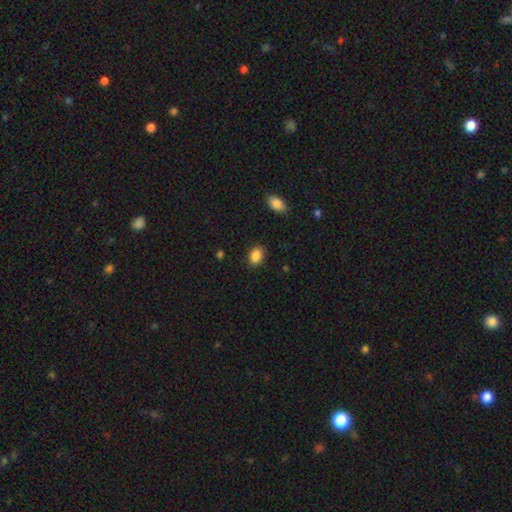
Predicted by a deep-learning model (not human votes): Smooth or featured?
  - smooth: 88% *
  - star or artifact: 9%
  - featured or disk: 4%
How rounded?
  - in between: 73% *
  - round: 26%
  - cigar-shaped: 1%
Merging?
  - none: 86% *
  - minor disturbance: 10%
  - major disturbance: 3%
  - merger: 1%